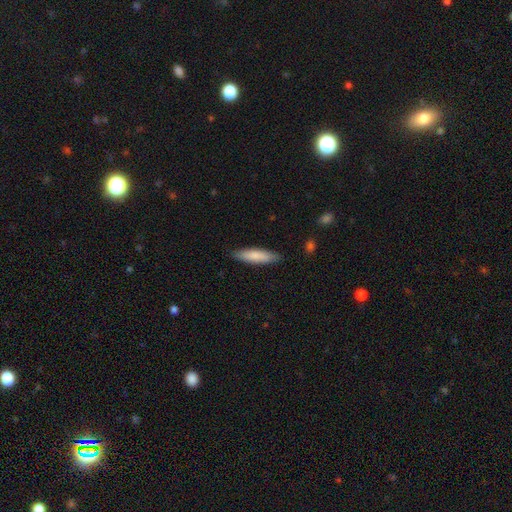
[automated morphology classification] smooth_or_featured: smooth (p=0.81) [alt: featured or disk p=0.14]
how_rounded: cigar-shaped (p=0.76) [alt: in between p=0.23]
merging: none (p=0.88) [alt: minor disturbance p=0.09]